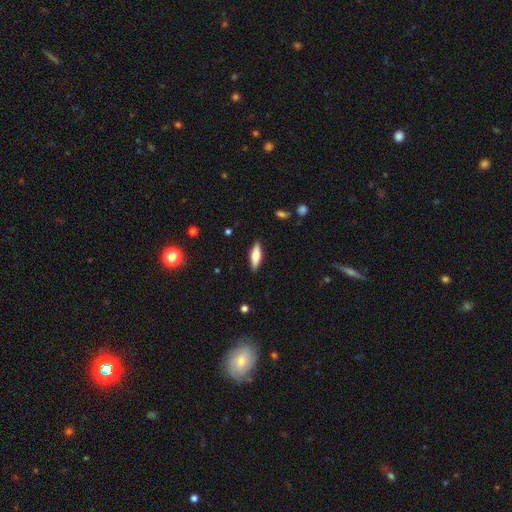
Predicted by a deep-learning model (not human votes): This is likely a smooth galaxy (66%). How rounded: possibly in between (54%). Merging: clearly none (88%).